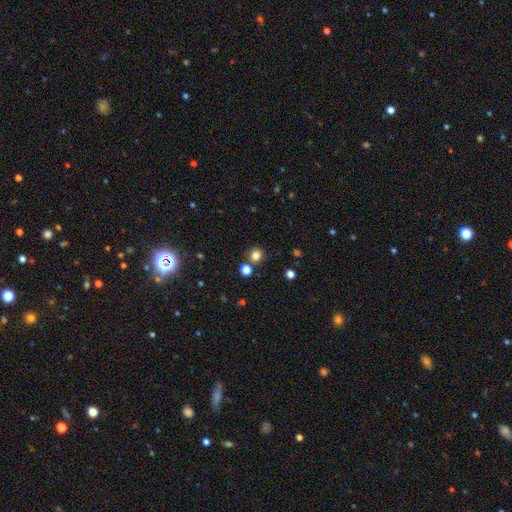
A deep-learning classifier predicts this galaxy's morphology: A smooth galaxy with no disk features (80%) that is round (90%).

Vote fractions:
- Smooth or featured? smooth: 80% / star or artifact: 15% / featured or disk: 5%
- How rounded? round: 90% / in between: 9% / cigar-shaped: 1%
- Merging? none: 82% / merger: 9% / minor disturbance: 7% / major disturbance: 3%